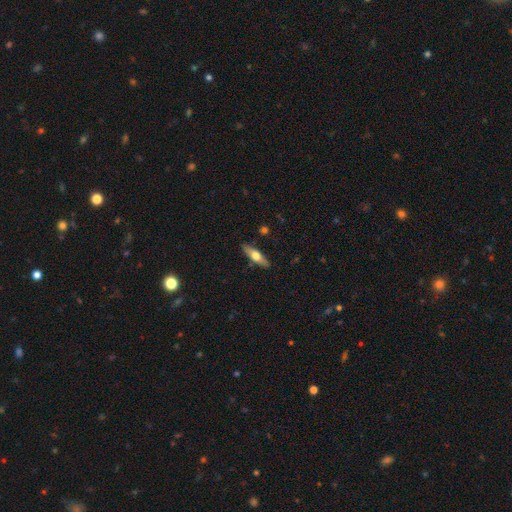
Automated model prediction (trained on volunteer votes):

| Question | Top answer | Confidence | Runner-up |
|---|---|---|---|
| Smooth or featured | smooth | 50% | featured or disk (44%) |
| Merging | none | 87% | minor disturbance (9%) |